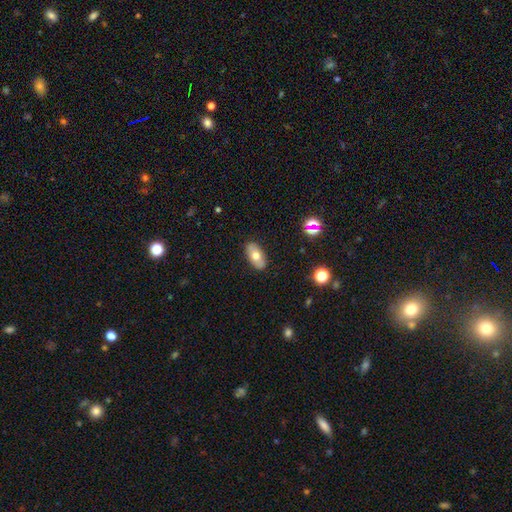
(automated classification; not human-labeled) smooth-or-featured: smooth: 65% | featured or disk: 27% | star or artifact: 8%
  how-rounded: in between: 91% | cigar-shaped: 5% | round: 4%
  merging: none: 87% | minor disturbance: 10% | major disturbance: 2% | merger: 1%